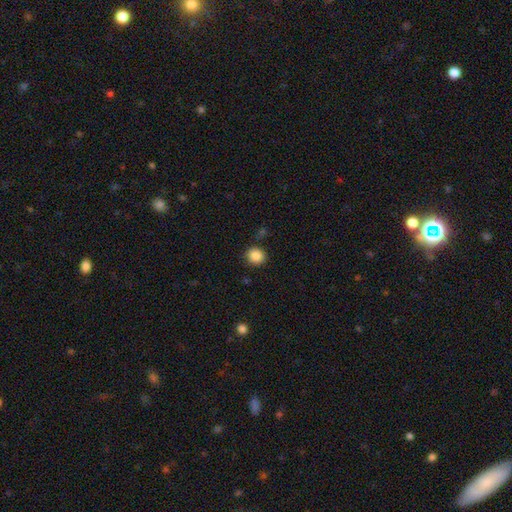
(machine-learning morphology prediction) A smooth galaxy with no disk features (87%) that is round (88%).

Vote fractions:
- Smooth or featured? smooth: 87% / star or artifact: 9% / featured or disk: 4%
- How rounded? round: 88% / in between: 11% / cigar-shaped: 1%
- Merging? none: 87% / minor disturbance: 8% / merger: 3% / major disturbance: 2%